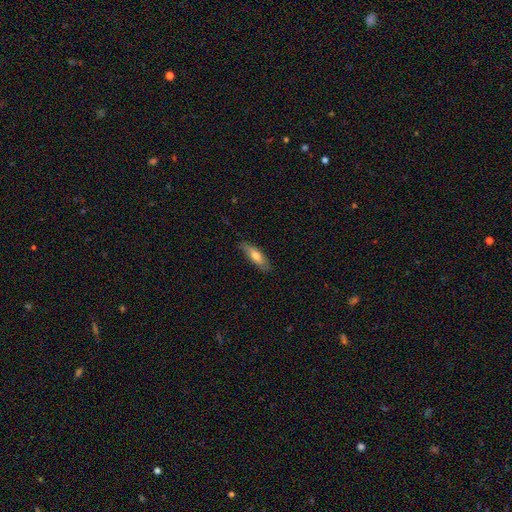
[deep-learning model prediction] Smooth or featured? Predicted: smooth (p=0.68). How rounded? Predicted: in between (p=0.51). Merging? Predicted: none (p=0.81).